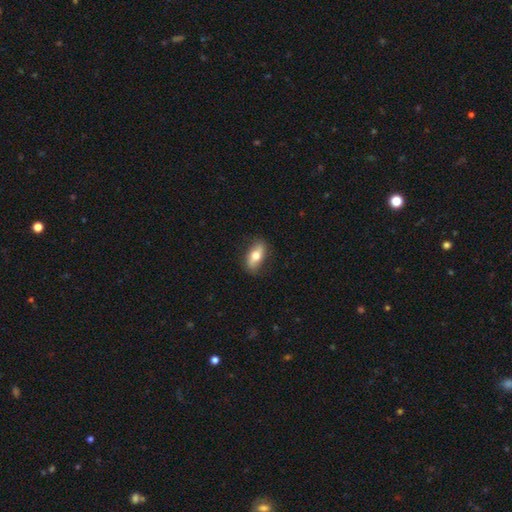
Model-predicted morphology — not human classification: This is likely a smooth galaxy (64%). How rounded: clearly in between (81%). Merging: clearly none (81%).